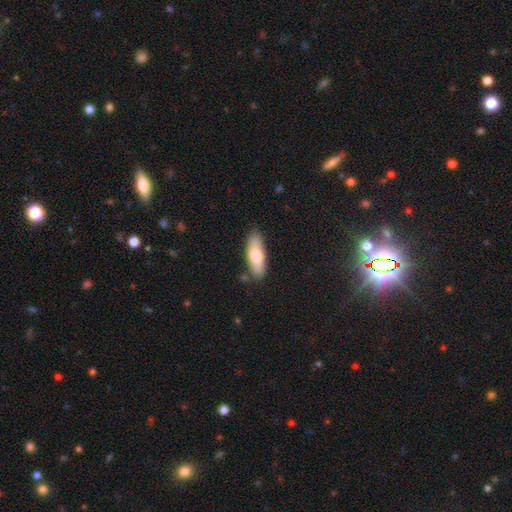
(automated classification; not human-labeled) Q: Smooth or featured?
A: smooth (71%); runner-up: featured or disk (23%)
Q: How rounded?
A: in between (66%); runner-up: cigar-shaped (32%)
Q: Merging?
A: none (82%); runner-up: minor disturbance (13%)